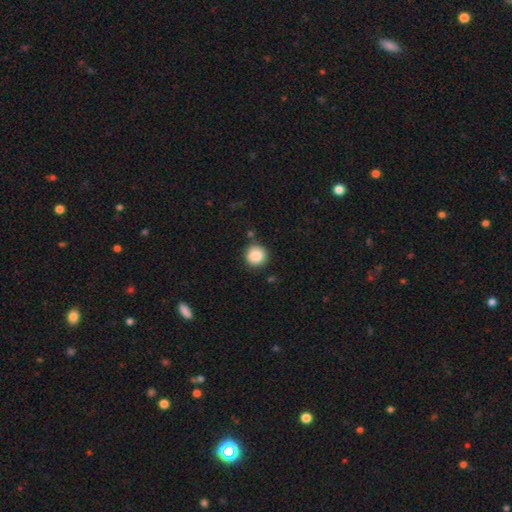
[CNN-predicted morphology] Q: Smooth or featured?
A: smooth (88%); runner-up: star or artifact (9%)
Q: How rounded?
A: round (93%); runner-up: in between (6%)
Q: Merging?
A: none (83%); runner-up: minor disturbance (10%)